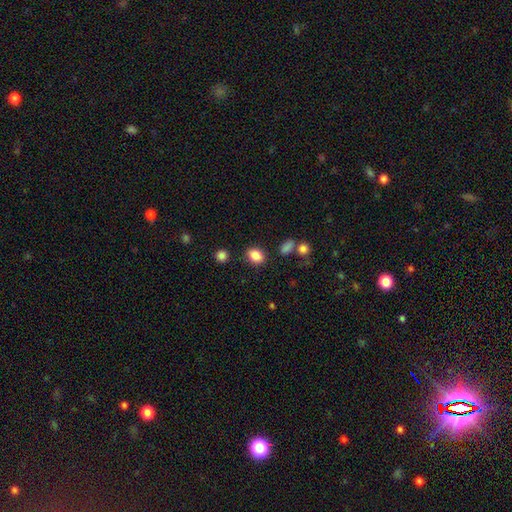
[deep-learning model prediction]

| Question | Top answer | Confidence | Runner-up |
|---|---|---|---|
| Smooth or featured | smooth | 85% | star or artifact (10%) |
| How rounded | in between | 65% | round (34%) |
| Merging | none | 82% | minor disturbance (11%) |